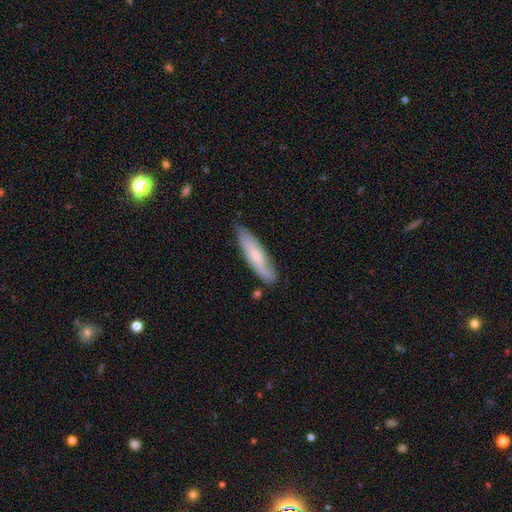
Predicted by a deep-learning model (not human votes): This appears to be a smooth galaxy with no disk features (53%) that is cigar-shaped (70%). Merging: none (77%).